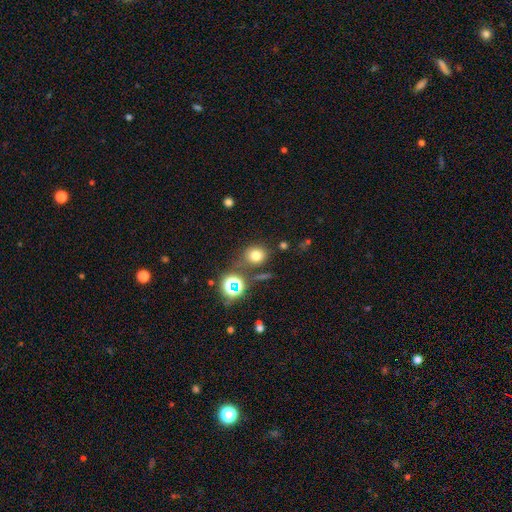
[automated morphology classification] Smooth or featured?
  - smooth: 71% *
  - star or artifact: 20%
  - featured or disk: 8%
How rounded?
  - round: 73% *
  - in between: 26%
  - cigar-shaped: 1%
Merging?
  - none: 75% *
  - minor disturbance: 12%
  - merger: 8%
  - major disturbance: 5%